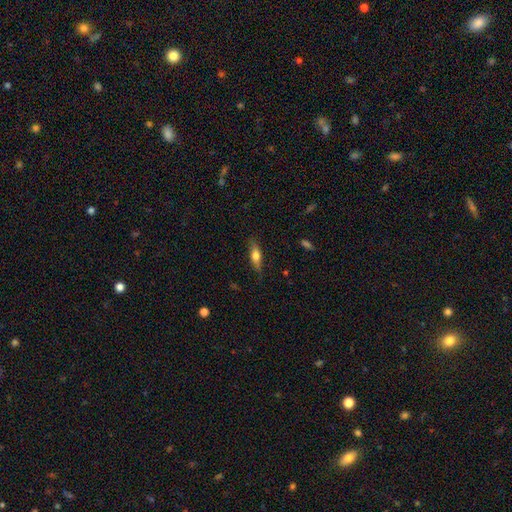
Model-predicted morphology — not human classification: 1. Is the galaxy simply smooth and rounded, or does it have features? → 60% smooth, 33% featured or disk, 7% star or artifact.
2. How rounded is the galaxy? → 54% cigar-shaped, 43% in between, 3% round.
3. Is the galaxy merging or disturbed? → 80% none, 16% minor disturbance, 3% major disturbance, 1% merger.